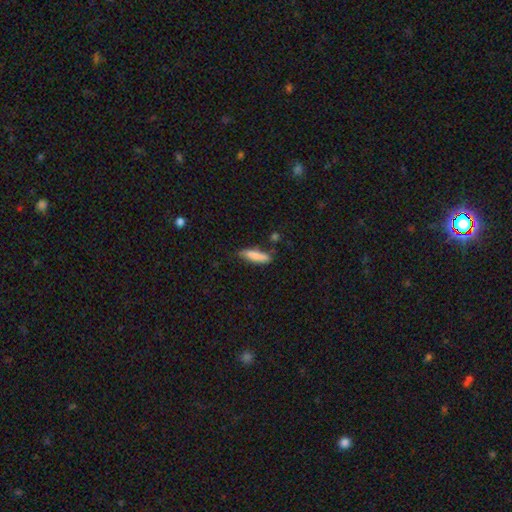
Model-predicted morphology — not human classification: Smooth or featured? smooth (80%)
How rounded? cigar-shaped (67%)
Merging? none (70%)